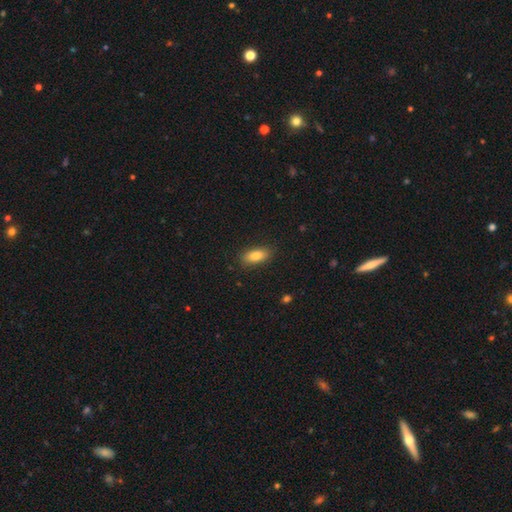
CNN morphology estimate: Smooth or featured? smooth (84%)
How rounded? in between (85%)
Merging? none (85%)